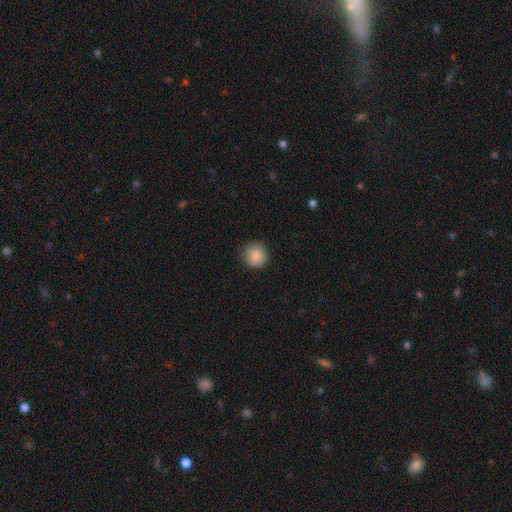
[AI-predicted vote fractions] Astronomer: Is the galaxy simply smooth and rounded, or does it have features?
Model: smooth — 87%.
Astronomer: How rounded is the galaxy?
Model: round — 95%.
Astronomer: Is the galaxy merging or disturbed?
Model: none — 90%.